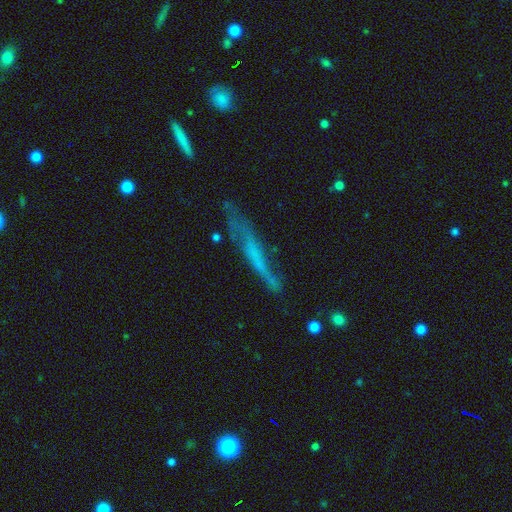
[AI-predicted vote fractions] featured or disk 50%, smooth 39%, star or artifact 11%. Down the decision tree: merging — none (57%).